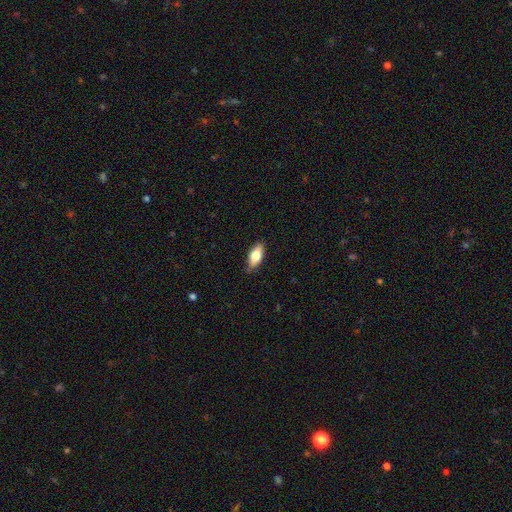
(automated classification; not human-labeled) Smooth or featured?
  - smooth: 74% *
  - featured or disk: 19%
  - star or artifact: 6%
How rounded?
  - in between: 84% *
  - cigar-shaped: 12%
  - round: 3%
Merging?
  - none: 81% *
  - minor disturbance: 15%
  - major disturbance: 2%
  - merger: 1%